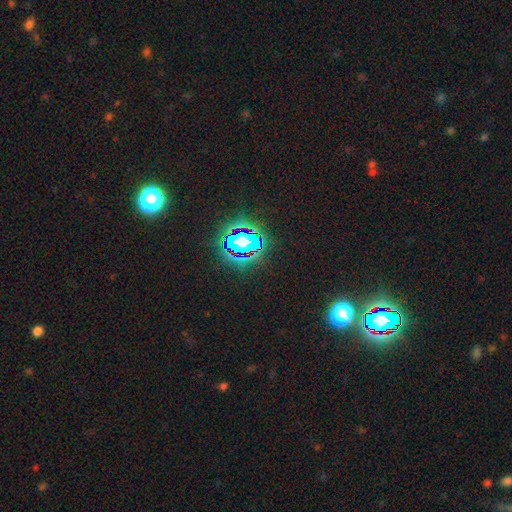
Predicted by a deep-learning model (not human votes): smooth-or-featured: star or artifact: 81% | smooth: 12% | featured or disk: 7%